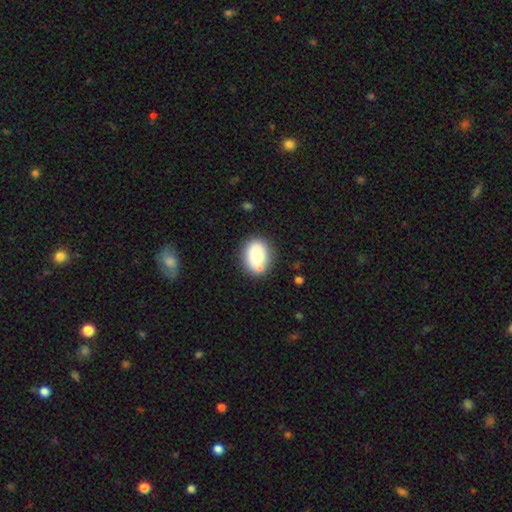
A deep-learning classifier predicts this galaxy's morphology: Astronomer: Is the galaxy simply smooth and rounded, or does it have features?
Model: smooth — 73%.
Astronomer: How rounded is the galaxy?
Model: in between — 64%.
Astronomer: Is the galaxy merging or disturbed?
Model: none — 70%.